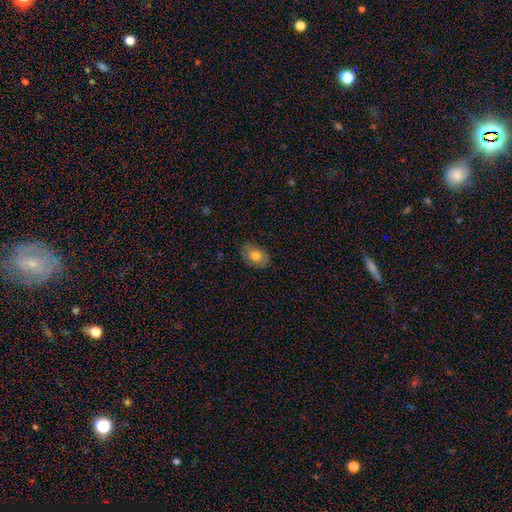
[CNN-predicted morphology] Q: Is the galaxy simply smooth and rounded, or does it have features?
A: smooth — 74%.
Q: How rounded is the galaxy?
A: in between — 79%.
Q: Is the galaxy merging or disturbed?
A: none — 82%.